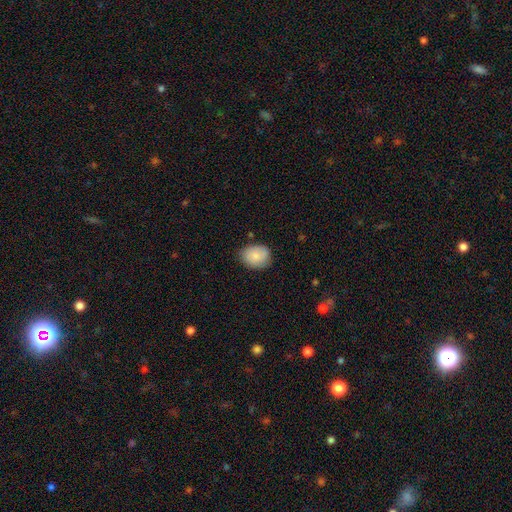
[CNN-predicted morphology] Smooth or featured?
  - smooth: 85% *
  - featured or disk: 9%
  - star or artifact: 7%
How rounded?
  - in between: 63% *
  - round: 36%
  - cigar-shaped: 1%
Merging?
  - none: 76% *
  - minor disturbance: 20%
  - major disturbance: 3%
  - merger: 2%